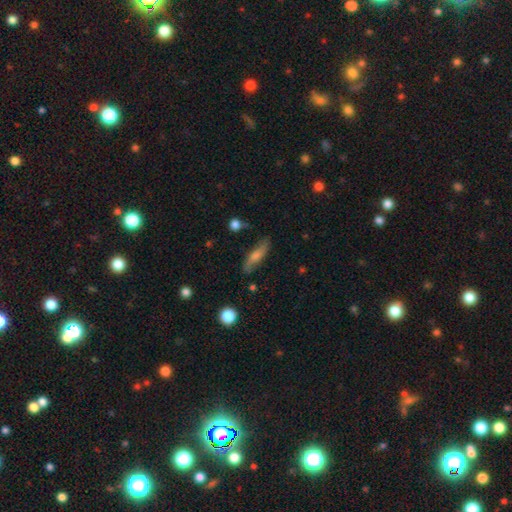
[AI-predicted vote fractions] smooth-or-featured: featured or disk: 49% | smooth: 43% | star or artifact: 8%
  merging: none: 76% | minor disturbance: 17% | major disturbance: 5% | merger: 2%